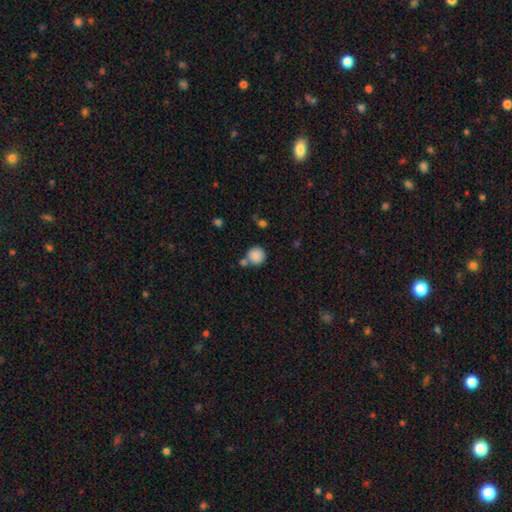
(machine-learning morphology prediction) Overall: smooth (87%). How rounded: round (92%). Merging: none (65%).